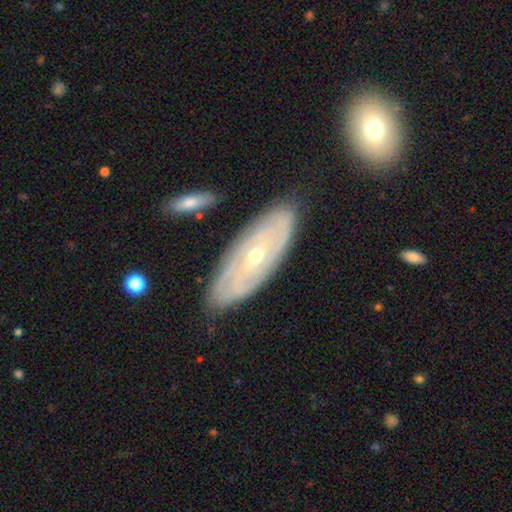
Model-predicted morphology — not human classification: Smooth or featured? Predicted: featured or disk (p=0.78). Edge-on disk? Predicted: no (p=0.86). Bar? Predicted: no (p=0.71). Spiral arms? Predicted: yes (p=0.79). Spiral winding? Predicted: tight (p=0.76). Spiral arm count? Predicted: can't tell (p=0.55). Bulge size? Predicted: small (p=0.52). Merging? Predicted: none (p=0.83).